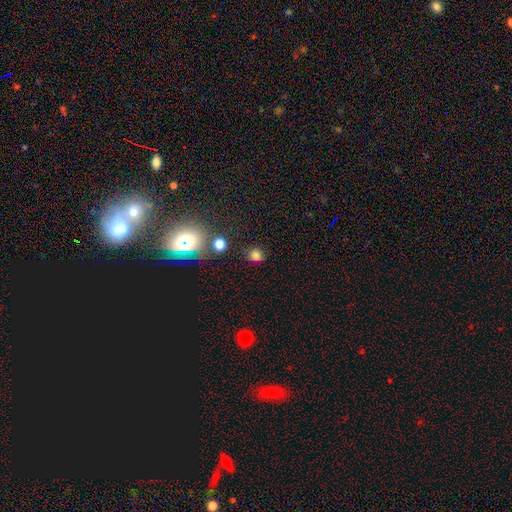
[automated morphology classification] A smooth galaxy with no disk features (75%) that is round (83%).

Vote fractions:
- Smooth or featured? smooth: 75% / star or artifact: 19% / featured or disk: 6%
- How rounded? round: 83% / in between: 16% / cigar-shaped: 1%
- Merging? none: 81% / minor disturbance: 11% / merger: 5% / major disturbance: 4%